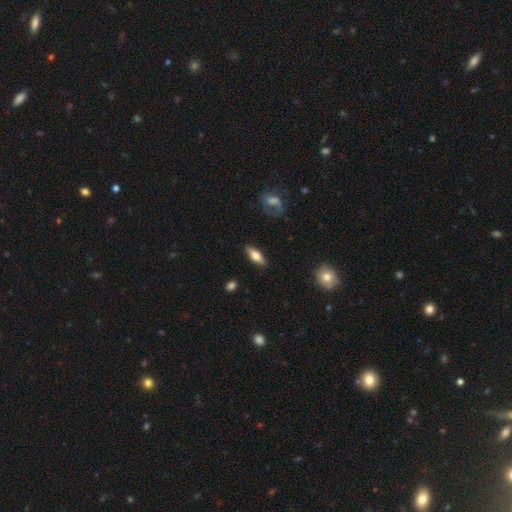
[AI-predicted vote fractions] Smooth or featured? smooth (50%)
Merging? none (87%)